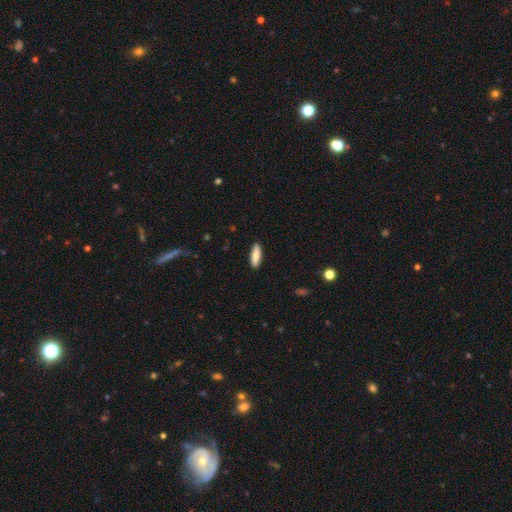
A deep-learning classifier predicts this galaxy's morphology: smooth_or_featured: smooth (p=0.81) [alt: featured or disk p=0.13]
how_rounded: cigar-shaped (p=0.58) [alt: in between p=0.40]
merging: none (p=0.90) [alt: minor disturbance p=0.08]